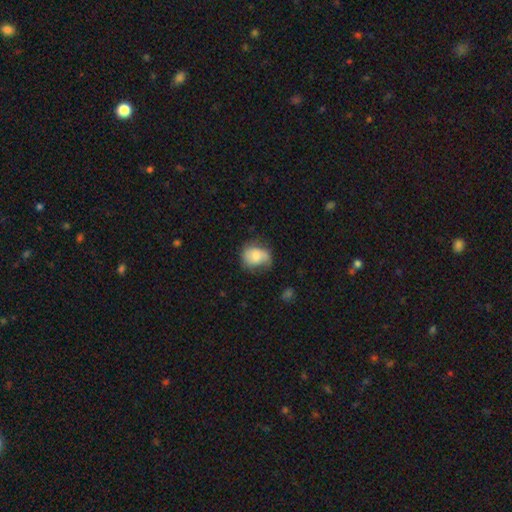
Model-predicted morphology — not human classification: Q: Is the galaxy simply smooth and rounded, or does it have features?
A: smooth — 67%.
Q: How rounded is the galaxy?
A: in between — 53%.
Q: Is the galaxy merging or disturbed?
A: none — 42%.